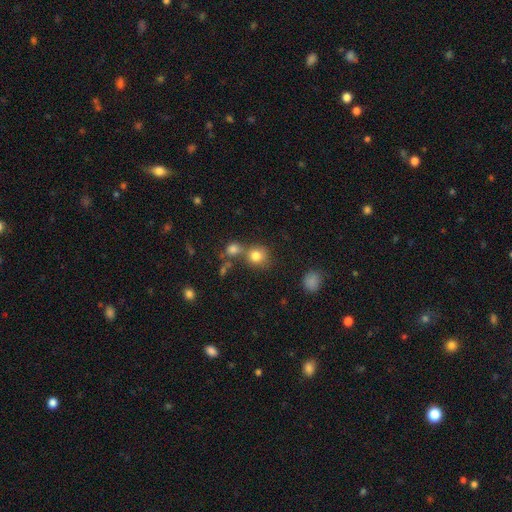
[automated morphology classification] A smooth galaxy with no disk features (80%) that is round (84%).

Vote fractions:
- Smooth or featured? smooth: 80% / star or artifact: 12% / featured or disk: 8%
- How rounded? round: 84% / in between: 15% / cigar-shaped: 1%
- Merging? none: 54% / merger: 33% / minor disturbance: 9% / major disturbance: 4%